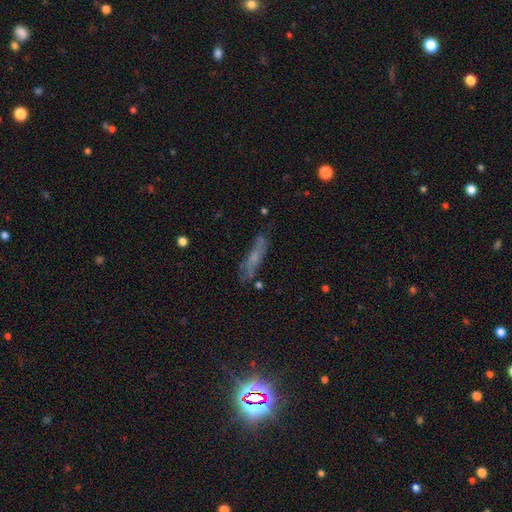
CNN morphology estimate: Q: Smooth or featured?
A: smooth (43%); runner-up: featured or disk (39%)
Q: Merging?
A: none (68%); runner-up: minor disturbance (20%)